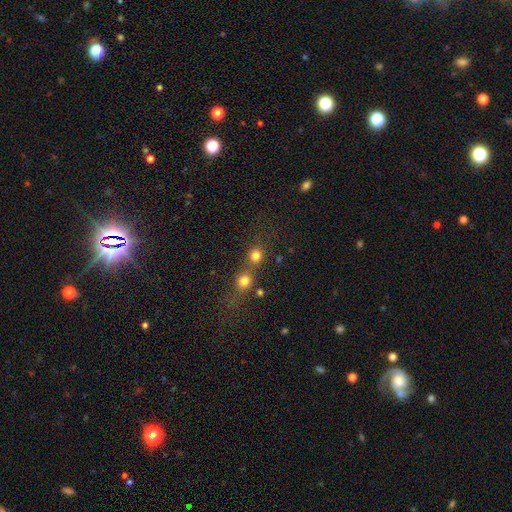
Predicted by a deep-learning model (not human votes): Overall: smooth (77%). How rounded: round (87%). Merging: none (48%; merger 41%).